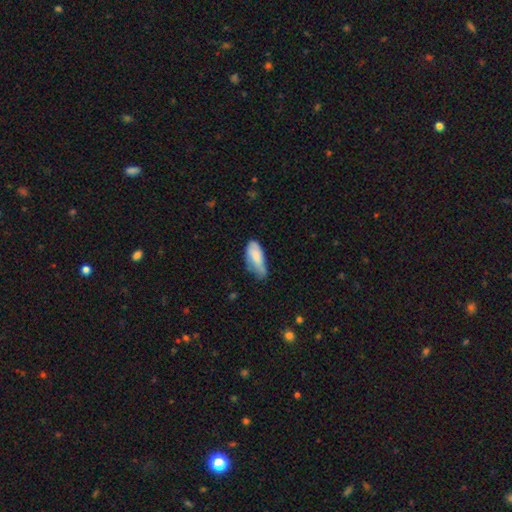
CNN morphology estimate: Smooth or featured?
  - smooth: 76% *
  - featured or disk: 18%
  - star or artifact: 6%
How rounded?
  - in between: 82% *
  - cigar-shaped: 16%
  - round: 2%
Merging?
  - minor disturbance: 44% *
  - none: 39%
  - major disturbance: 13%
  - merger: 4%